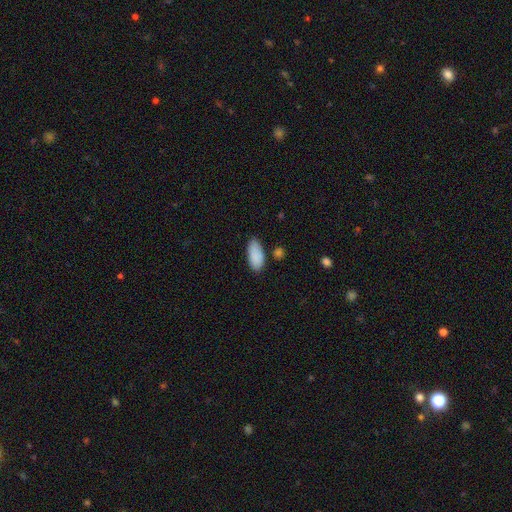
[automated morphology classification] A smooth galaxy with no disk features (88%) that is in between round and cigar-shaped (90%).

Vote fractions:
- Smooth or featured? smooth: 88% / star or artifact: 7% / featured or disk: 5%
- How rounded? in between: 90% / cigar-shaped: 8% / round: 2%
- Merging? none: 73% / minor disturbance: 18% / merger: 5% / major disturbance: 4%